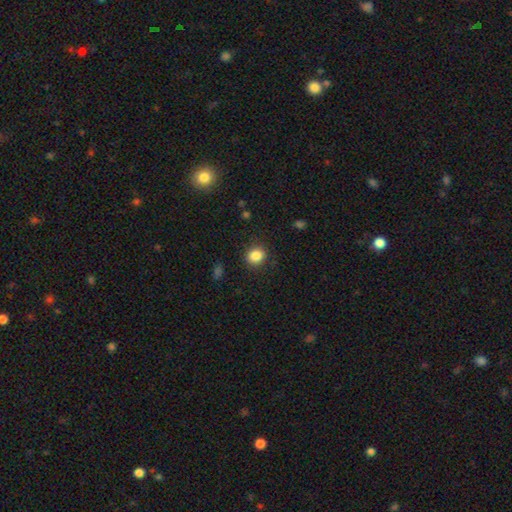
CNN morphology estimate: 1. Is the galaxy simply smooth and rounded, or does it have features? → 86% smooth, 10% star or artifact, 4% featured or disk.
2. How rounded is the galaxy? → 67% round, 32% in between, 1% cigar-shaped.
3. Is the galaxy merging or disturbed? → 87% none, 9% minor disturbance, 3% major disturbance, 1% merger.